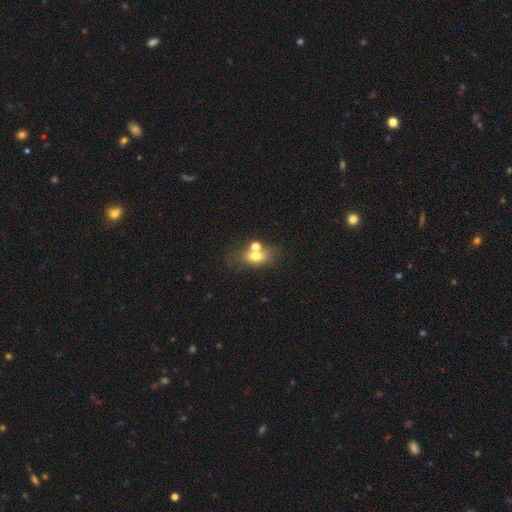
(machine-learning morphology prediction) Smooth or featured?
  - smooth: 66% *
  - featured or disk: 21%
  - star or artifact: 13%
How rounded?
  - in between: 72% *
  - round: 25%
  - cigar-shaped: 3%
Merging?
  - none: 49% *
  - merger: 32%
  - minor disturbance: 13%
  - major disturbance: 7%